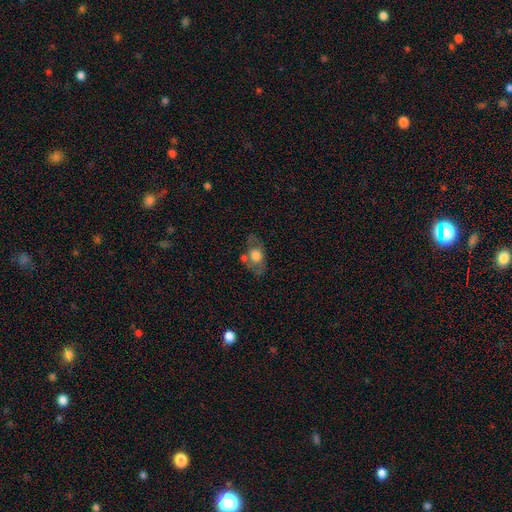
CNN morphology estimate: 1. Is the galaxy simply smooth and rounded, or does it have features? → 54% smooth, 39% featured or disk, 7% star or artifact.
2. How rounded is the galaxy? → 81% in between, 16% round, 3% cigar-shaped.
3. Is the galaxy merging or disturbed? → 58% none, 20% minor disturbance, 14% merger, 8% major disturbance.